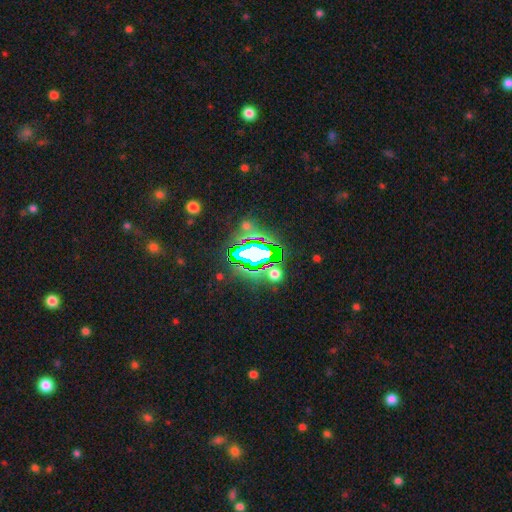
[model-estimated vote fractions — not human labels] Morphology: type=star or artifact (70%).